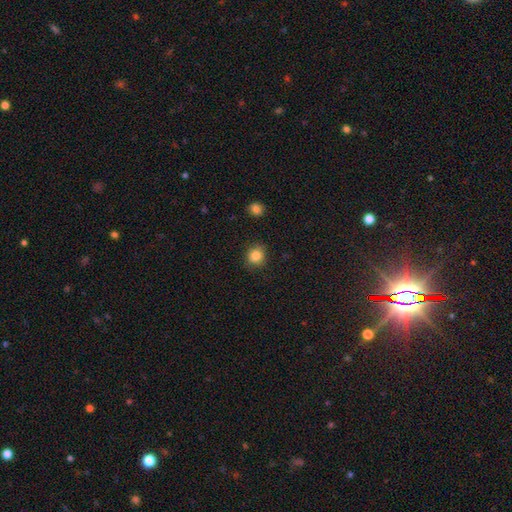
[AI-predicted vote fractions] Morphology: type=smooth (84%); roundness=round (84%); merging=none (87%).